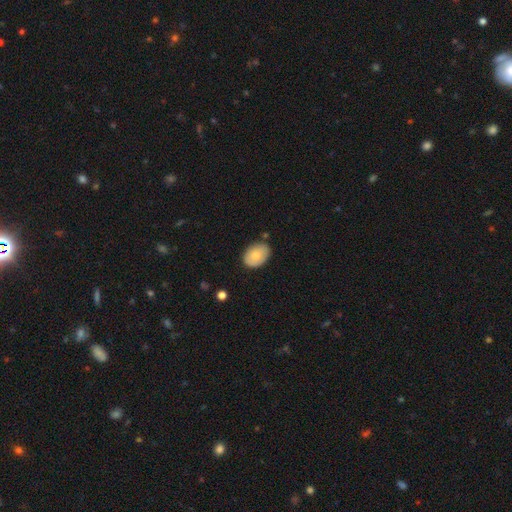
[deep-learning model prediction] Smooth or featured: smooth — 75% (featured or disk — 19%)
How rounded: in between — 79% (round — 20%)
Merging: none — 76% (minor disturbance — 18%)